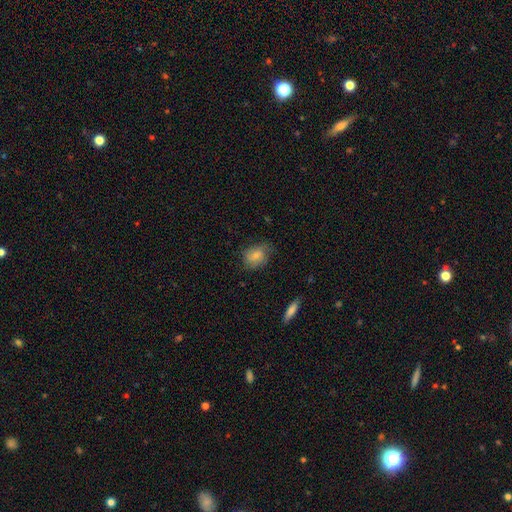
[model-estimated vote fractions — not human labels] The model was most divided on "how rounded": in between: 63%, round: 35%, cigar-shaped: 2%. More confident: smooth or featured — smooth (75%); merging — none (67%).